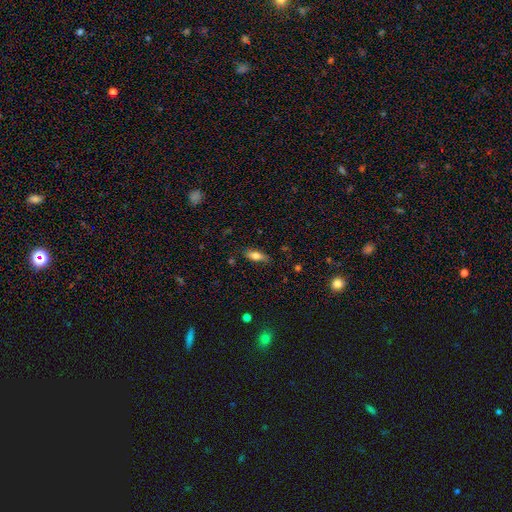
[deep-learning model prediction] Smooth or featured: smooth — 76% (featured or disk — 16%)
How rounded: in between — 74% (cigar-shaped — 22%)
Merging: none — 80% (minor disturbance — 15%)